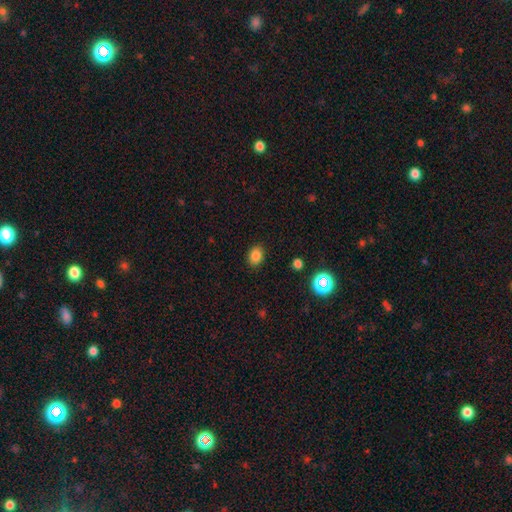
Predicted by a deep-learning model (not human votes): Overall: smooth (83%). How rounded: in between (62%; round 37%). Merging: none (88%).